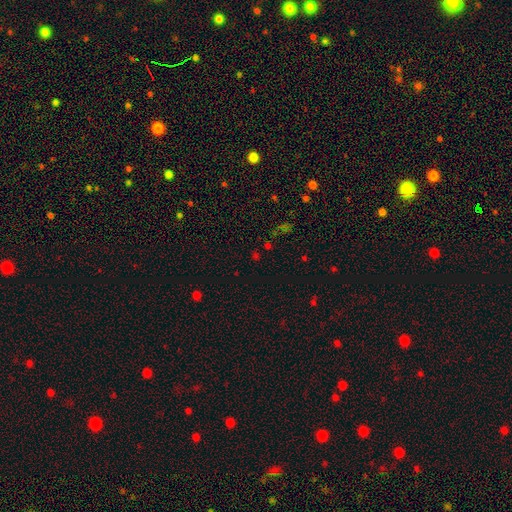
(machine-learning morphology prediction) smooth-or-featured: star or artifact: 60% | smooth: 32% | featured or disk: 8%